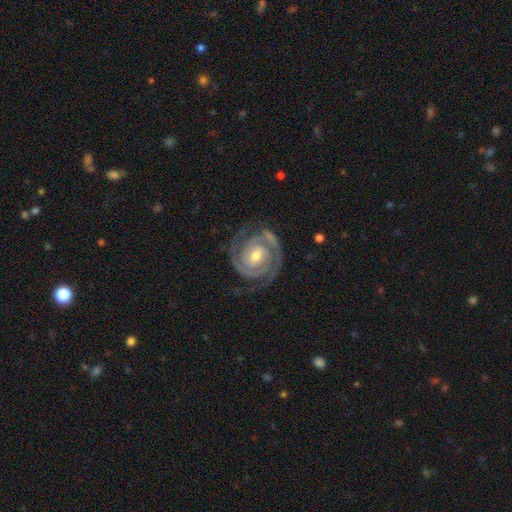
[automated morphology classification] smooth_or_featured: featured or disk (p=0.93) [alt: star or artifact p=0.04]
disk_edge_on: no (p=0.98) [alt: yes p=0.02]
bar: no (p=0.42) [alt: weak p=0.39]
has_spiral_arms: yes (p=0.98) [alt: no p=0.02]
spiral_winding: tight (p=0.76) [alt: medium p=0.21]
spiral_arm_count: 2 (p=0.86) [alt: 3 p=0.06]
bulge_size: moderate (p=0.62) [alt: small p=0.33]
merging: none (p=0.81) [alt: minor disturbance p=0.13]